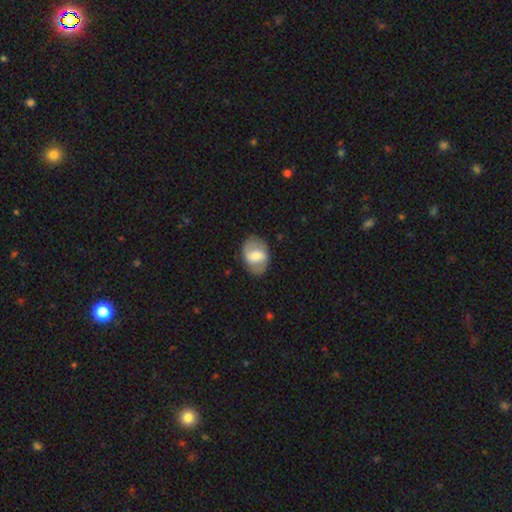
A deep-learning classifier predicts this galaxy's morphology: smooth-or-featured: featured or disk: 48% | smooth: 45% | star or artifact: 6%
  merging: none: 80% | minor disturbance: 14% | major disturbance: 5% | merger: 1%